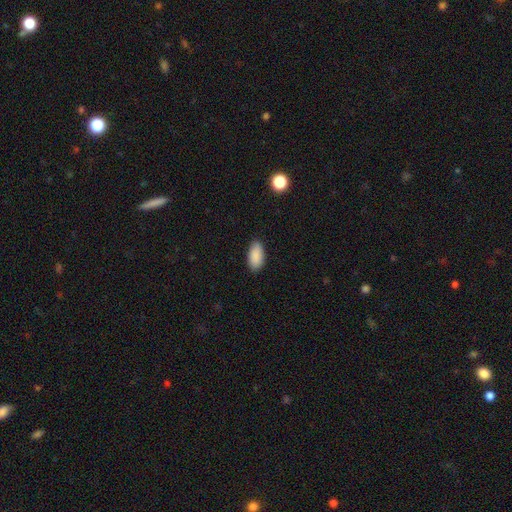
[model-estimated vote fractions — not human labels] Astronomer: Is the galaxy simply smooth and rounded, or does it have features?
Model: smooth — 90%.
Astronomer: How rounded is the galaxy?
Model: in between — 93%.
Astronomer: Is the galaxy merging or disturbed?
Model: none — 88%.